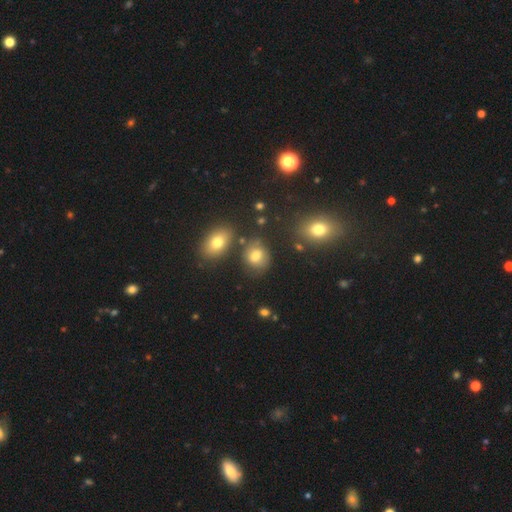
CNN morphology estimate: This appears to be a smooth galaxy with no disk features (74%) that is round (59%). Merging: none (70%).